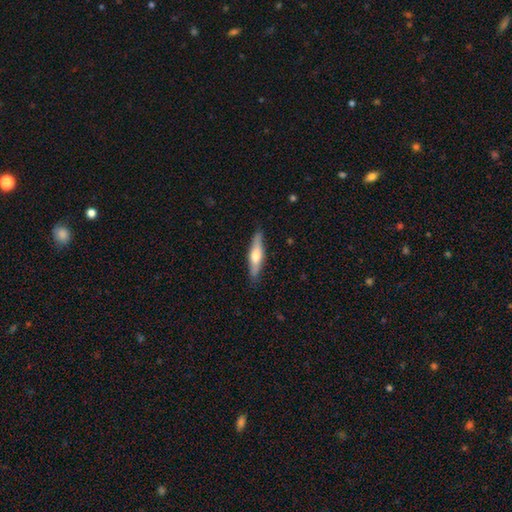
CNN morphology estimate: The model was most divided on "smooth or featured": smooth: 48%, featured or disk: 46%, star or artifact: 5%. More confident: merging — none (86%).